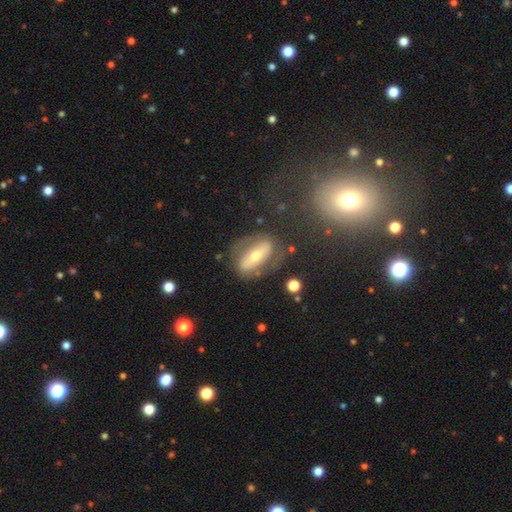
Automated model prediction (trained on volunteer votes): This is likely a featured or disk galaxy (63%). It is likely not viewed edge-on (77%). Merging: likely none (70%).